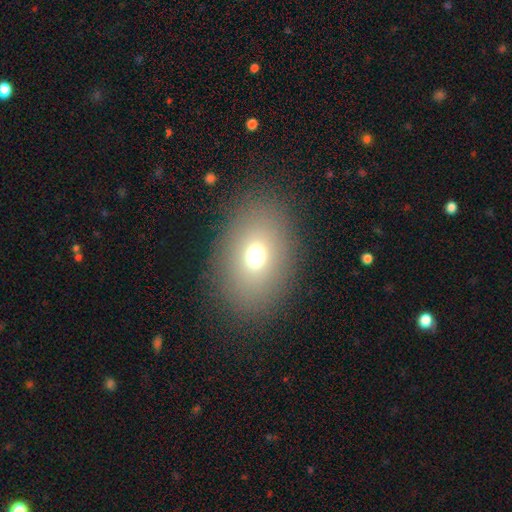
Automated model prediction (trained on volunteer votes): This is likely a smooth galaxy (70%). How rounded: likely in between (74%). Merging: clearly none (86%).